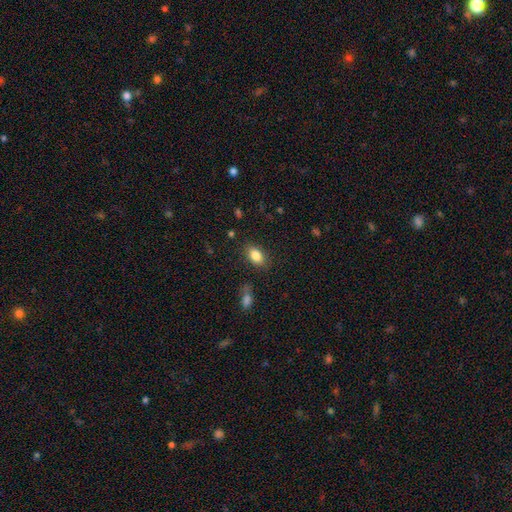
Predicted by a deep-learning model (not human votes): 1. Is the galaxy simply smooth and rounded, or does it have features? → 84% smooth, 9% star or artifact, 7% featured or disk.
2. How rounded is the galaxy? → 87% in between, 10% round, 2% cigar-shaped.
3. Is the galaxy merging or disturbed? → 84% none, 11% minor disturbance, 3% major disturbance, 2% merger.